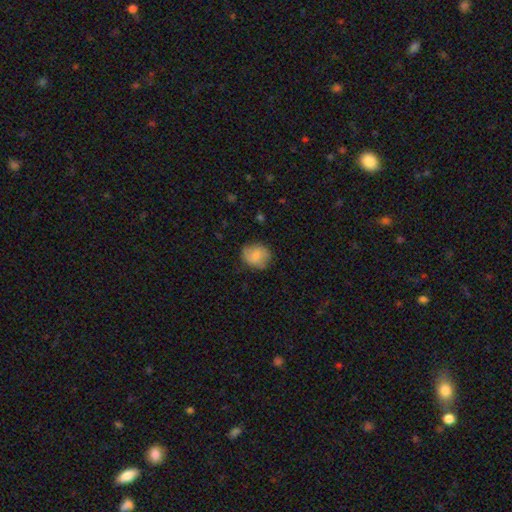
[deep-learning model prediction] A smooth galaxy with no disk features (74%) that is round (66%). Merging: none (72%).